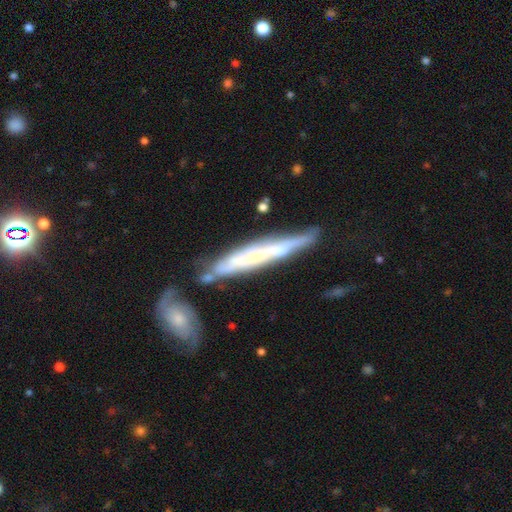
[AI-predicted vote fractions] This is likely a featured or disk galaxy (63%). It is likely viewed edge-on (79%). Merging: possibly none (59%).